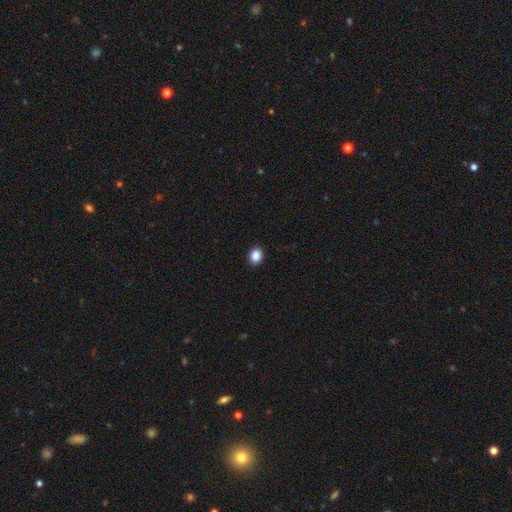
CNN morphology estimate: Overall: smooth (88%). How rounded: round (61%; in between 38%). Merging: none (90%).